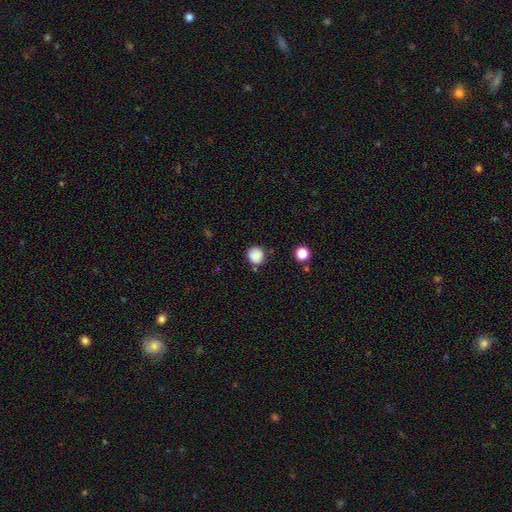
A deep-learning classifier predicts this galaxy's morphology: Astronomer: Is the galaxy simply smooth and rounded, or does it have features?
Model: smooth — 86%.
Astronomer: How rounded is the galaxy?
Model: round — 91%.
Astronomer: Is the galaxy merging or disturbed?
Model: none — 80%.